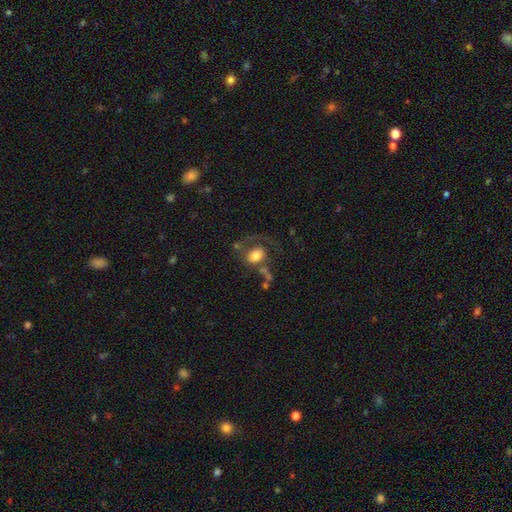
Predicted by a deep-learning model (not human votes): Morphology: type=smooth (57%); roundness=in between (53%); merging=none (35%).